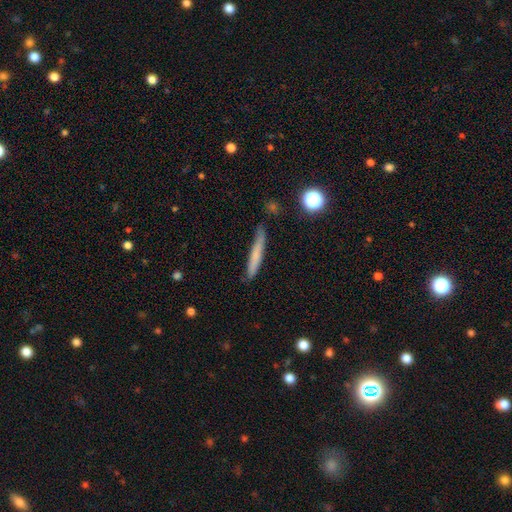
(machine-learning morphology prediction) A smooth galaxy with no disk features (66%) that is cigar-shaped (94%). Merging: none (75%).